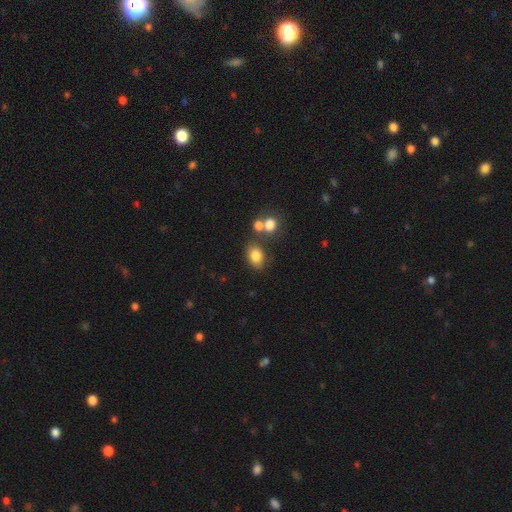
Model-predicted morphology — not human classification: Smooth or featured?
  - smooth: 81% *
  - star or artifact: 11%
  - featured or disk: 8%
How rounded?
  - in between: 72% *
  - round: 27%
  - cigar-shaped: 1%
Merging?
  - none: 63% *
  - merger: 19%
  - minor disturbance: 13%
  - major disturbance: 5%